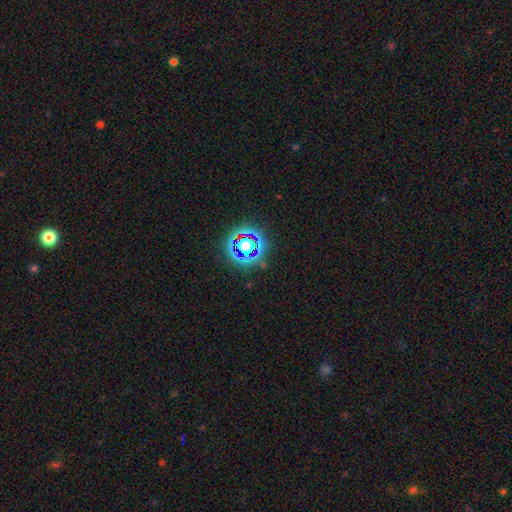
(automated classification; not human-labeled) Smooth or featured? star or artifact (75%)